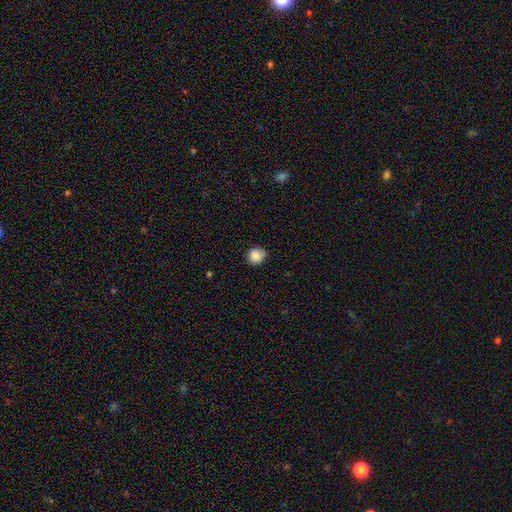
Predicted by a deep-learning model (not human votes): A smooth galaxy with no disk features (87%) that is round (85%).

Vote fractions:
- Smooth or featured? smooth: 87% / star or artifact: 9% / featured or disk: 4%
- How rounded? round: 85% / in between: 14% / cigar-shaped: 1%
- Merging? none: 80% / minor disturbance: 16% / major disturbance: 3% / merger: 1%